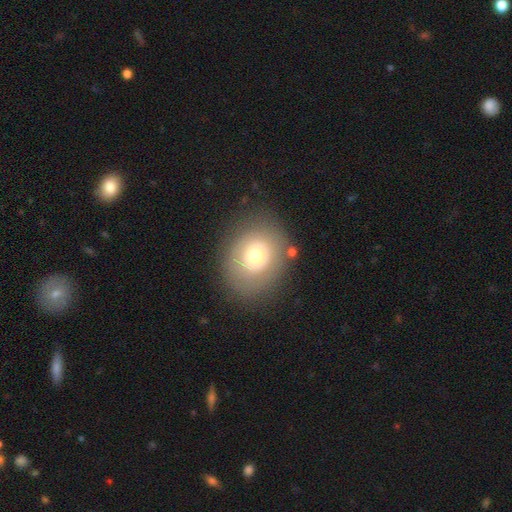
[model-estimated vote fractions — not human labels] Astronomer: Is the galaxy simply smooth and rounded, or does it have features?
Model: smooth — 63%.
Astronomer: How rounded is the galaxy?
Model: round — 61% (runner-up: in between, 38%).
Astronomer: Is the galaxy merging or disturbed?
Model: none — 79%.